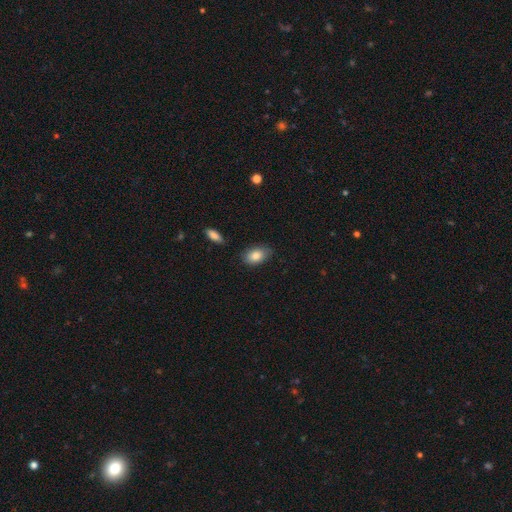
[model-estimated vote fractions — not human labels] The model was most divided on "merging": none: 81%, minor disturbance: 14%, major disturbance: 3%, merger: 2%. More confident: how rounded — in between (90%); smooth or featured — smooth (84%).